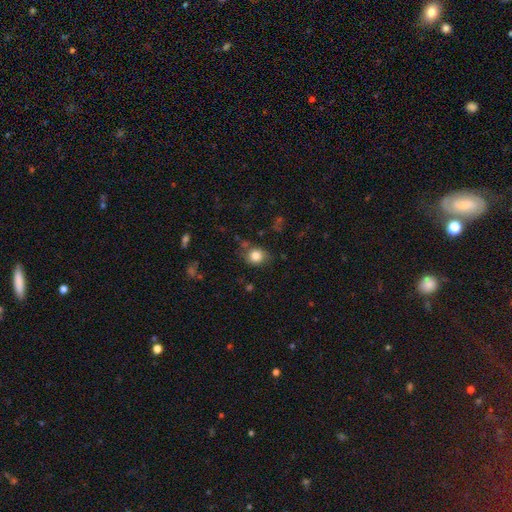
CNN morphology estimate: Smooth or featured?
  - smooth: 83% *
  - star or artifact: 10%
  - featured or disk: 7%
How rounded?
  - round: 72% *
  - in between: 27%
  - cigar-shaped: 1%
Merging?
  - none: 74% *
  - minor disturbance: 17%
  - major disturbance: 5%
  - merger: 4%